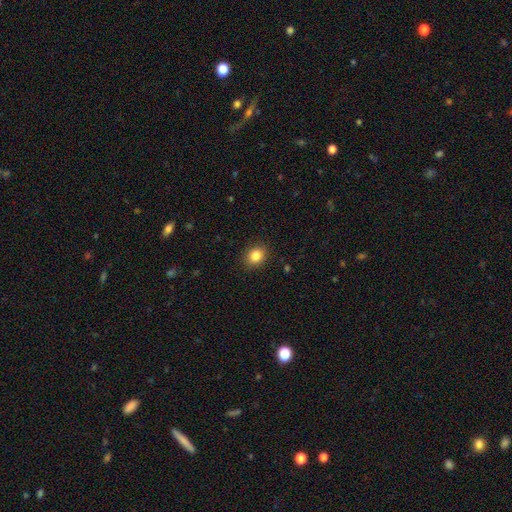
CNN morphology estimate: This appears to be a smooth galaxy with no disk features (84%) that is round (56%). Merging: none (90%).